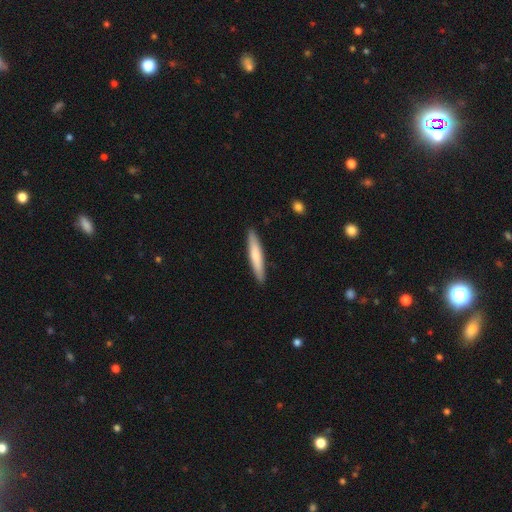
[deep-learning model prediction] A smooth galaxy with no disk features (69%) that is cigar-shaped (92%). Merging: none (90%).